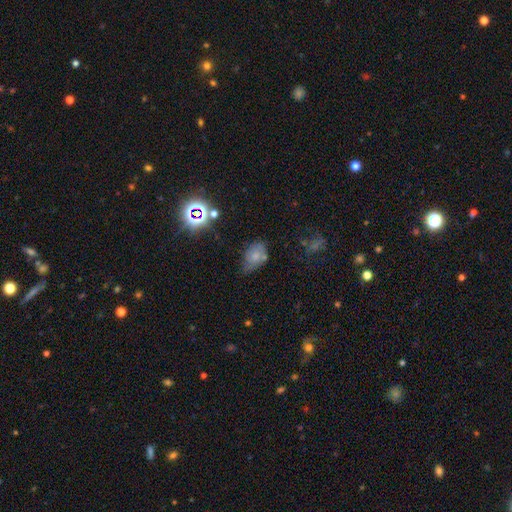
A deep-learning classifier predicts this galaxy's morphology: A smooth galaxy with no disk features (67%) that is in between round and cigar-shaped (82%). Merging: none (45%).